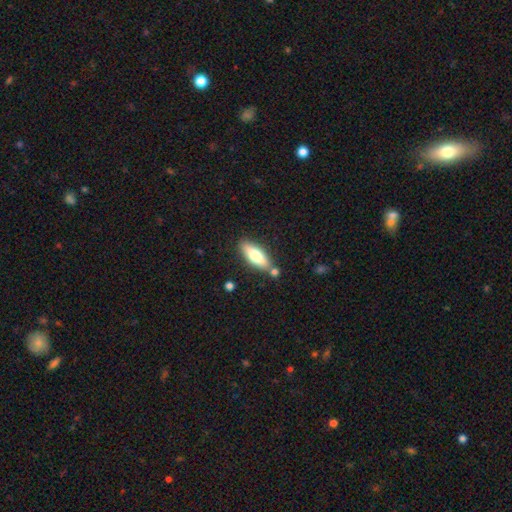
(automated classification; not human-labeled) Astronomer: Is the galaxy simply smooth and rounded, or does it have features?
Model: smooth — 65%.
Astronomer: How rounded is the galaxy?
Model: in between — 57% (runner-up: cigar-shaped, 40%).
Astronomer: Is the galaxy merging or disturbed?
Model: none — 77%.